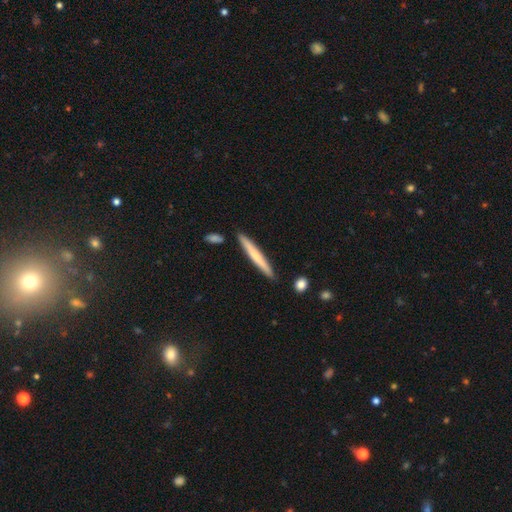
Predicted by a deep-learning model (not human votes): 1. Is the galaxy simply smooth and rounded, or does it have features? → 53% smooth, 41% featured or disk, 5% star or artifact.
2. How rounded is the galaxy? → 96% cigar-shaped, 3% in between, 1% round.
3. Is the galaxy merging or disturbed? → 88% none, 8% minor disturbance, 3% merger, 1% major disturbance.